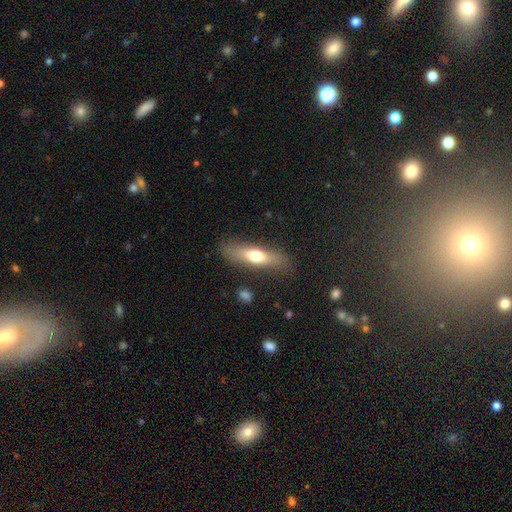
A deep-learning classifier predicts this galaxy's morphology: Smooth or featured: smooth — 62% (featured or disk — 32%)
How rounded: cigar-shaped — 64% (in between — 33%)
Merging: none — 82% (minor disturbance — 12%)